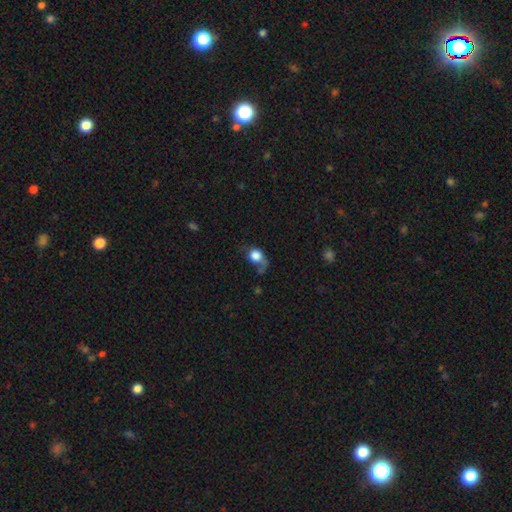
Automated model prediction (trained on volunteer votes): smooth_or_featured: smooth (p=0.74) [alt: featured or disk p=0.16]
how_rounded: round (p=0.65) [alt: in between p=0.34]
merging: major disturbance (p=0.43) [alt: none p=0.27]